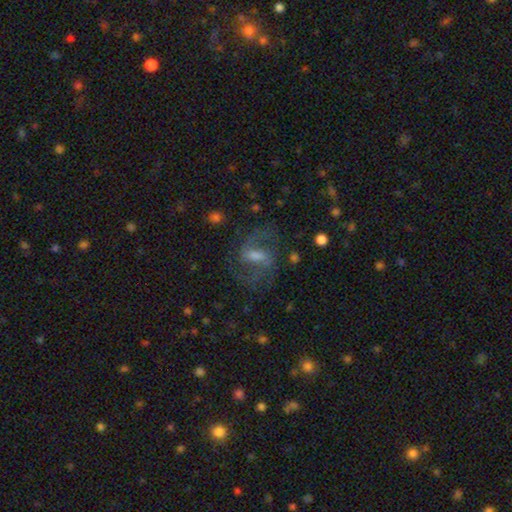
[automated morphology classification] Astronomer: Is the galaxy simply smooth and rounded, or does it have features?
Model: featured or disk — 74%.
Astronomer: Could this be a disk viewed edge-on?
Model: no — 96%.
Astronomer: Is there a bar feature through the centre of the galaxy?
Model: weak — 48% (runner-up: strong, 38%).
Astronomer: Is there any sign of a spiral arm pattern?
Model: yes — 91%.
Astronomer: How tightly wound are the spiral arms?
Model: medium — 57%.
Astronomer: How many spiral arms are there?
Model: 2 — 87%.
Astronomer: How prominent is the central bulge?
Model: moderate — 41% (runner-up: small, 30%).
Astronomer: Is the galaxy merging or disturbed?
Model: none — 70%.